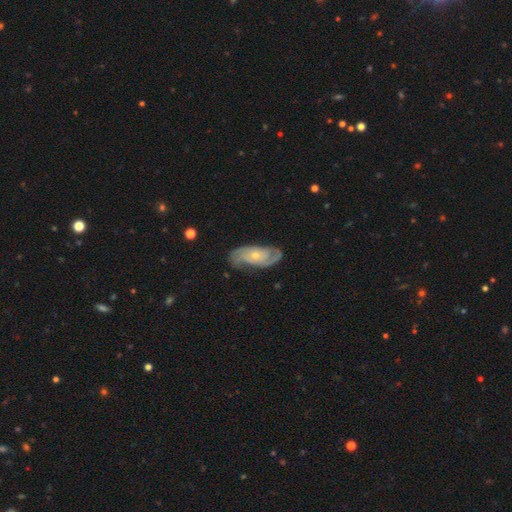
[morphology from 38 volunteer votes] smooth_or_featured: featured or disk (p=0.84) [alt: smooth p=0.16]
disk_edge_on: no (p=0.97) [alt: yes p=0.03]
bar: no (p=0.84) [alt: weak p=0.16]
has_spiral_arms: yes (p=0.94) [alt: no p=0.06]
spiral_winding: tight (p=0.55) [alt: medium p=0.41]
spiral_arm_count: 2 (p=0.66) [alt: can't tell p=0.24]
bulge_size: small (p=0.68) [alt: moderate p=0.32]
merging: none (p=0.87) [alt: minor disturbance p=0.13]